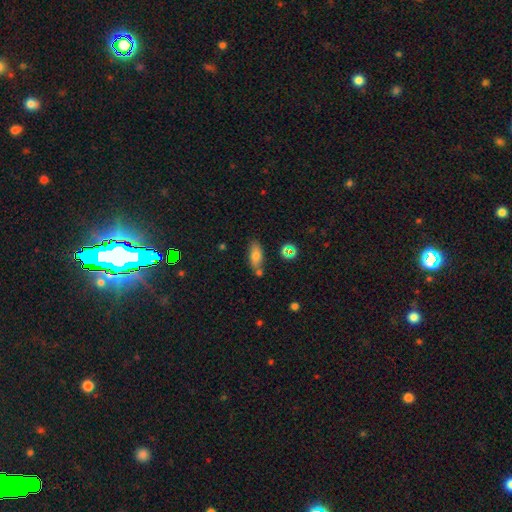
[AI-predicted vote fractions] Q: Smooth or featured?
A: smooth (74%); runner-up: featured or disk (15%)
Q: How rounded?
A: in between (77%); runner-up: cigar-shaped (18%)
Q: Merging?
A: none (68%); runner-up: minor disturbance (16%)